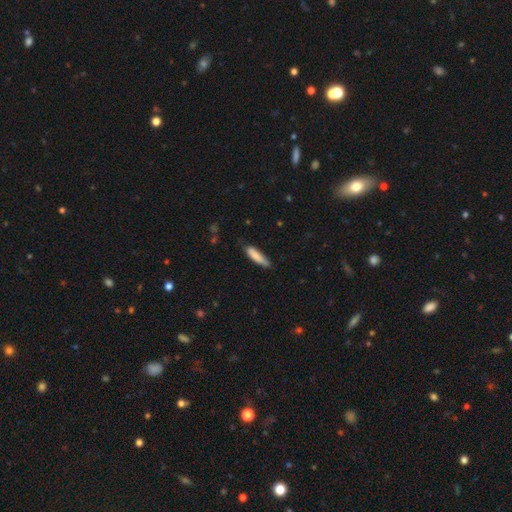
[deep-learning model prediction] Smooth or featured? smooth (81%)
How rounded? cigar-shaped (75%)
Merging? none (73%)